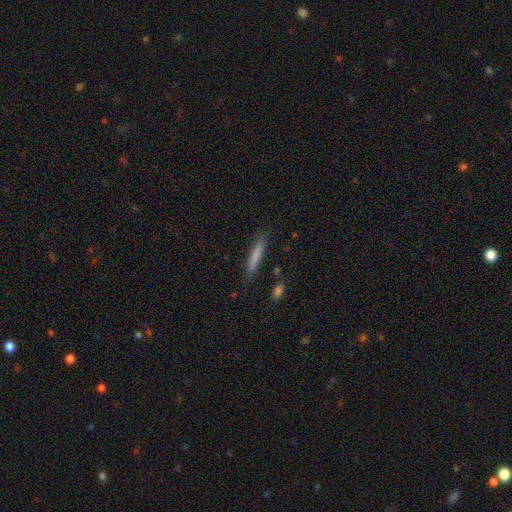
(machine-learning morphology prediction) A smooth galaxy with no disk features (75%) that is cigar-shaped (92%). Merging: none (84%).